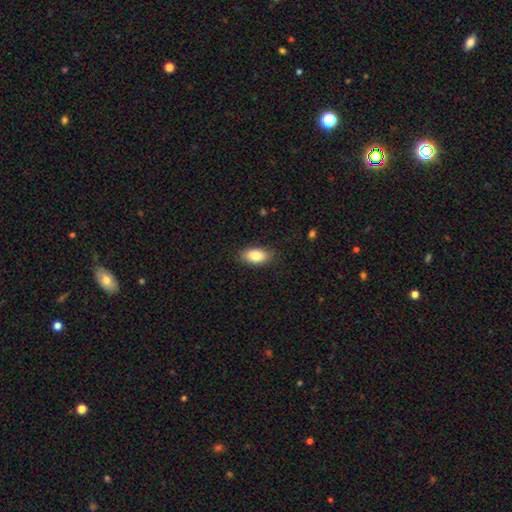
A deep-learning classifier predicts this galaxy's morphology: Q: Smooth or featured?
A: smooth (85%); runner-up: featured or disk (9%)
Q: How rounded?
A: in between (92%); runner-up: round (4%)
Q: Merging?
A: none (85%); runner-up: minor disturbance (11%)